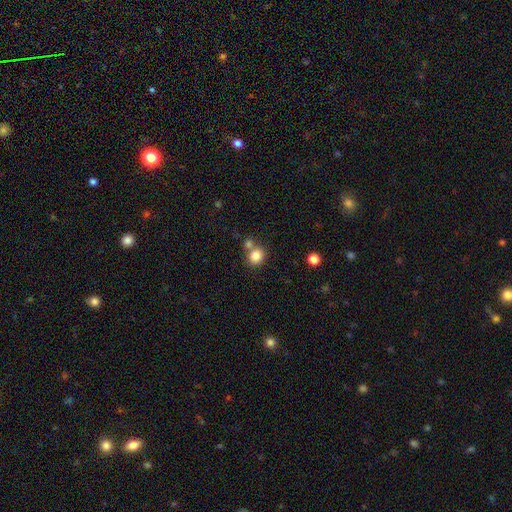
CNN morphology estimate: smooth_or_featured: smooth (p=0.83) [alt: star or artifact p=0.10]
how_rounded: round (p=0.80) [alt: in between p=0.20]
merging: none (p=0.60) [alt: merger p=0.28]